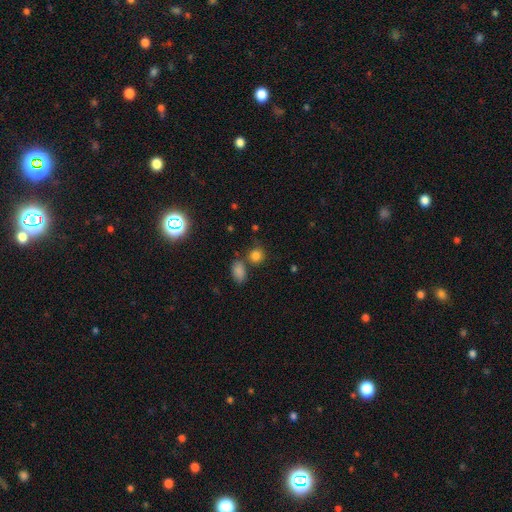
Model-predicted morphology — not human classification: Smooth or featured? Predicted: smooth (p=0.81). How rounded? Predicted: round (p=0.76). Merging? Predicted: none (p=0.65).